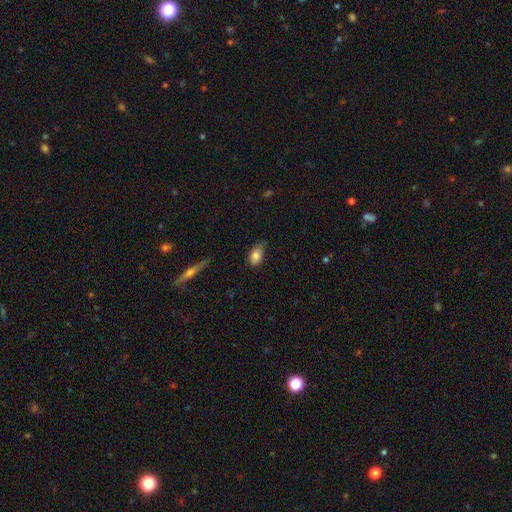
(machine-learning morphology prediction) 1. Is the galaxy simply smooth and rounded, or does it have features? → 80% smooth, 12% featured or disk, 8% star or artifact.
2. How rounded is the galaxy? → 90% in between, 7% round, 3% cigar-shaped.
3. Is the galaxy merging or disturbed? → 66% none, 27% minor disturbance, 5% major disturbance, 2% merger.